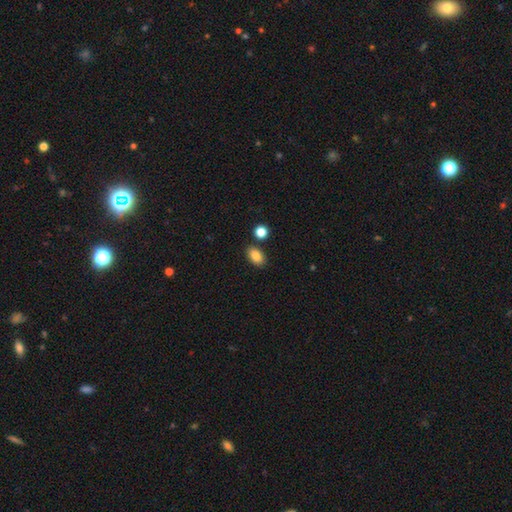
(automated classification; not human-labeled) A smooth galaxy with no disk features (84%) that is in between round and cigar-shaped (88%). Merging: none (82%).